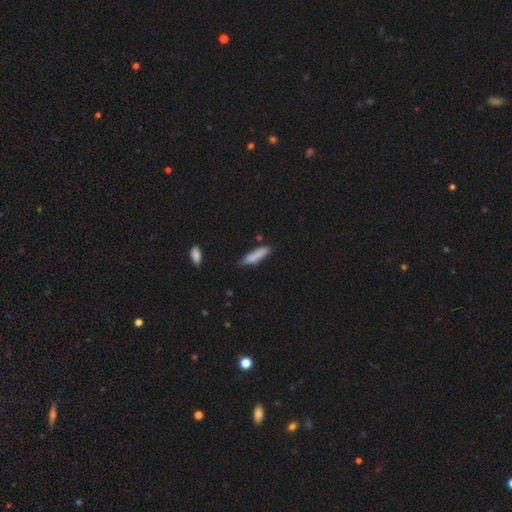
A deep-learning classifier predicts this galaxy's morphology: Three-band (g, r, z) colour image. It shows a smooth galaxy with no disk features (81%) that is cigar-shaped (71%). Merging: none (62%).